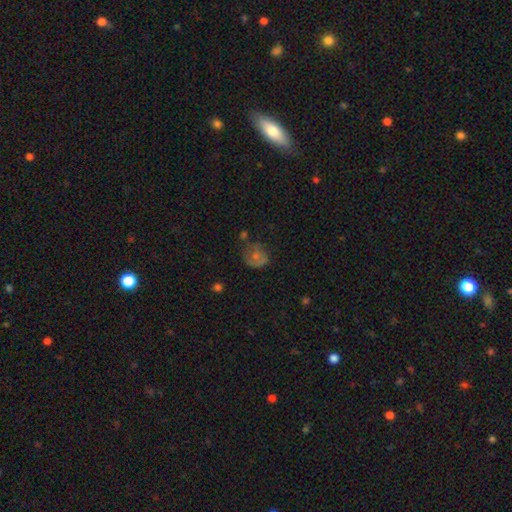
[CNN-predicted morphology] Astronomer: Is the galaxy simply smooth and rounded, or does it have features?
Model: smooth — 41% (runner-up: featured or disk, 36%).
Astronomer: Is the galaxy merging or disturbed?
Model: none — 53%.